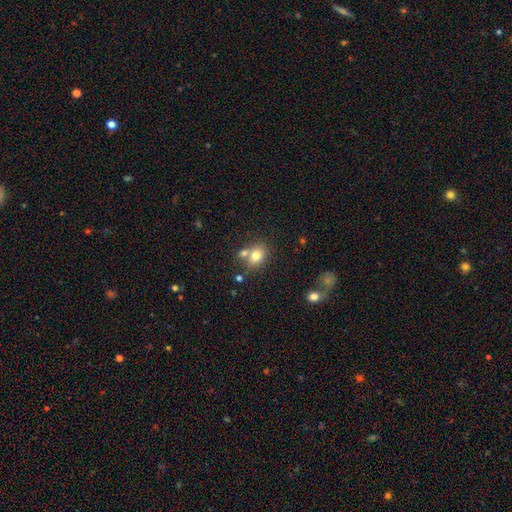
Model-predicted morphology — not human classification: Smooth or featured: smooth — 78% (featured or disk — 11%)
How rounded: in between — 57% (round — 42%)
Merging: none — 56% (merger — 28%)